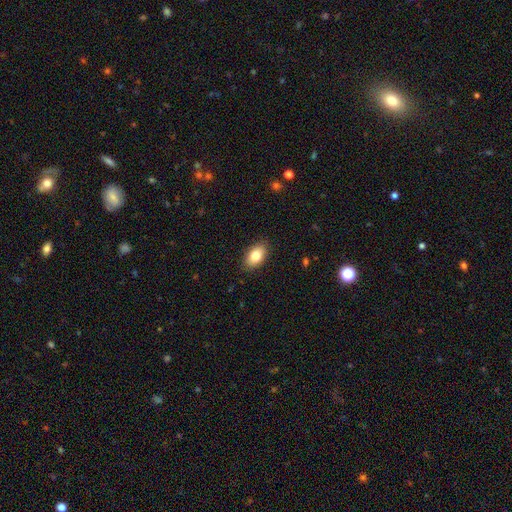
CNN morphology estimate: Overall: smooth (83%). How rounded: in between (91%). Merging: none (87%).